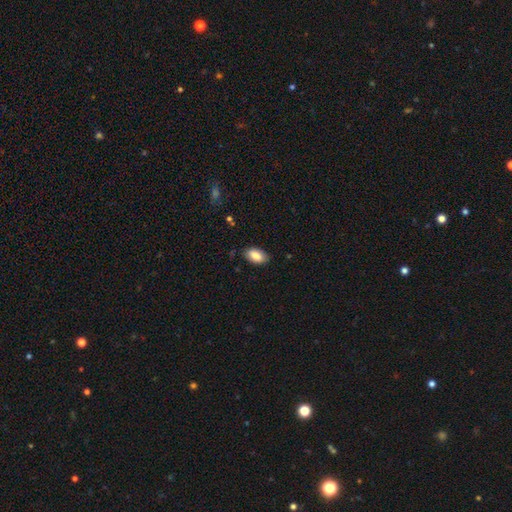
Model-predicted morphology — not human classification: Q: Smooth or featured?
A: smooth (84%); runner-up: featured or disk (9%)
Q: How rounded?
A: in between (94%); runner-up: round (4%)
Q: Merging?
A: none (85%); runner-up: minor disturbance (12%)